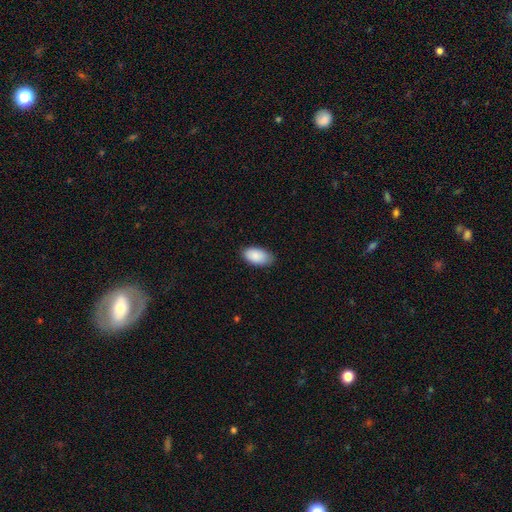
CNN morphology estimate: Smooth or featured? Predicted: smooth (p=0.89). How rounded? Predicted: in between (p=0.95). Merging? Predicted: none (p=0.80).